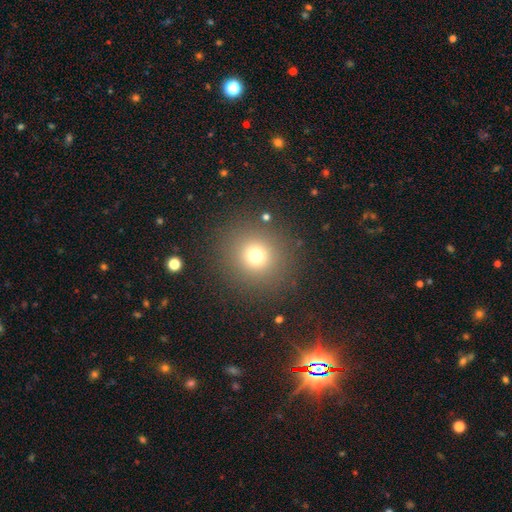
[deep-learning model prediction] The model was most divided on "smooth or featured": smooth: 71%, star or artifact: 19%, featured or disk: 9%. More confident: how rounded — round (92%); merging — none (87%).